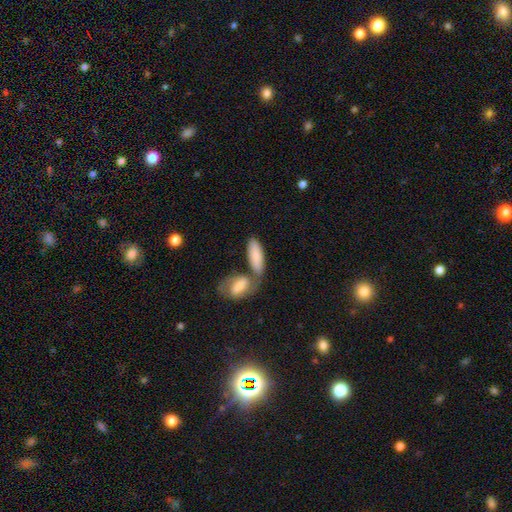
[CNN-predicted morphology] Smooth or featured? smooth (80%)
How rounded? in between (66%)
Merging? merger (45%)